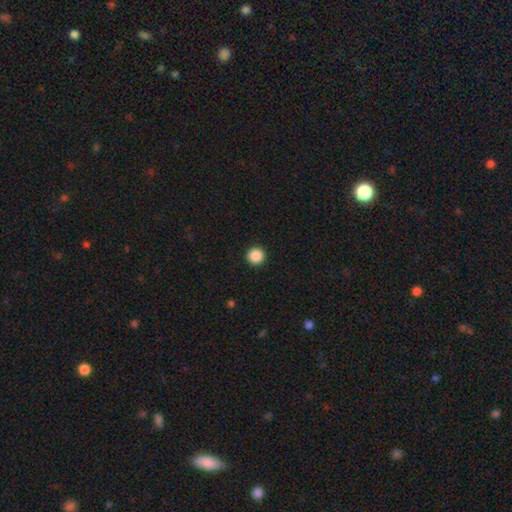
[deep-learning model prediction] Morphology: type=smooth (88%); roundness=round (96%); merging=none (94%).